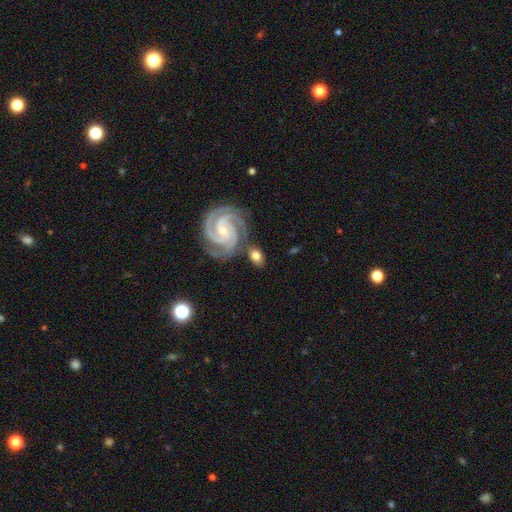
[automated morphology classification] Smooth or featured?
  - featured or disk: 68% *
  - smooth: 25%
  - star or artifact: 7%
Edge-on disk?
  - no: 95% *
  - yes: 5%
Bar?
  - no: 54% *
  - weak: 32%
  - strong: 14%
Spiral arms?
  - yes: 97% *
  - no: 3%
Spiral winding?
  - tight: 68% *
  - medium: 28%
  - loose: 4%
Spiral arm count?
  - 3: 50% *
  - 4: 25%
  - 2: 11%
  - can't tell: 7%
  - more than 4: 3%
  - 1: 3%
Bulge size?
  - small: 56% *
  - moderate: 37%
  - large: 4%
  - none: 2%
  - dominant: 1%
Merging?
  - none: 68% *
  - minor disturbance: 15%
  - merger: 12%
  - major disturbance: 5%